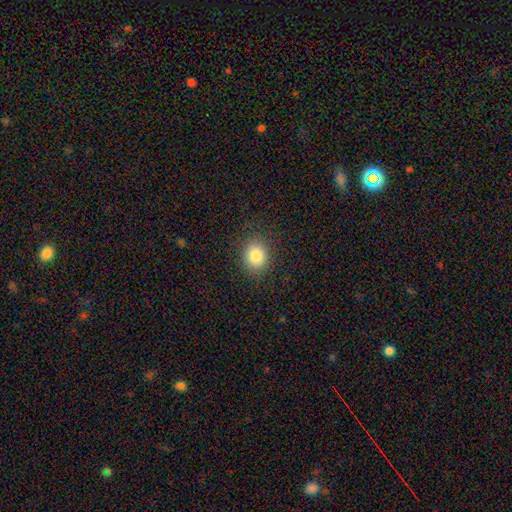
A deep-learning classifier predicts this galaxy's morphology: Smooth or featured? smooth (84%)
How rounded? round (62%)
Merging? none (87%)